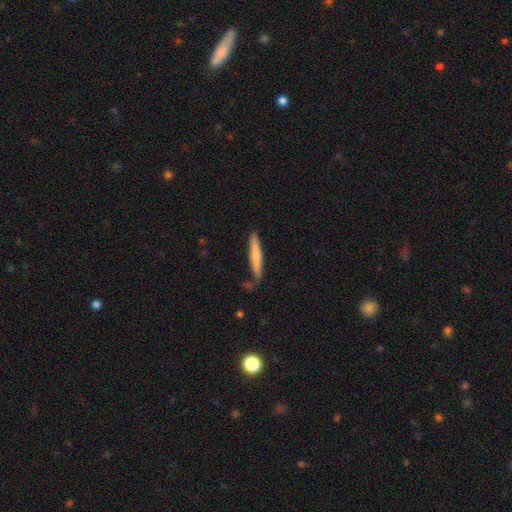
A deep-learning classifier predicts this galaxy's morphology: Smooth or featured? smooth (70%)
How rounded? cigar-shaped (94%)
Merging? none (81%)